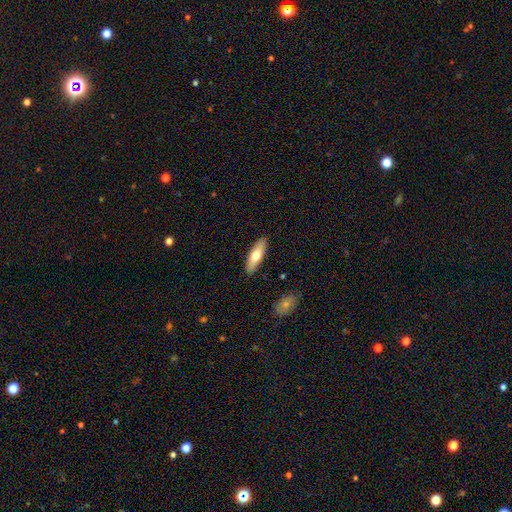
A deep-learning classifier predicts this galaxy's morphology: A smooth galaxy with no disk features (65%) that is cigar-shaped (49%, tied with in between). Merging: none (89%).